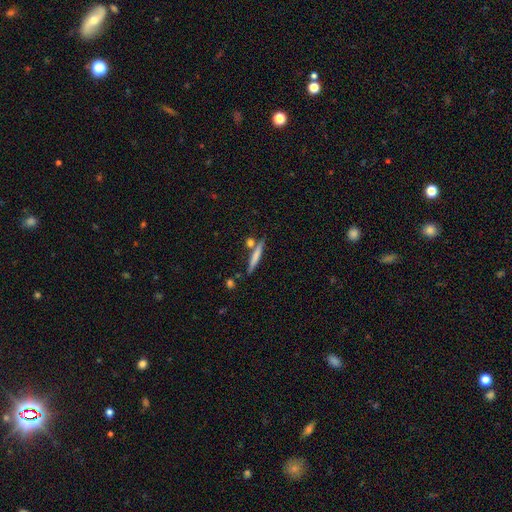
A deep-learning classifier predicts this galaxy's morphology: Smooth or featured? Predicted: smooth (p=0.64). How rounded? Predicted: cigar-shaped (p=0.93). Merging? Predicted: none (p=0.77).